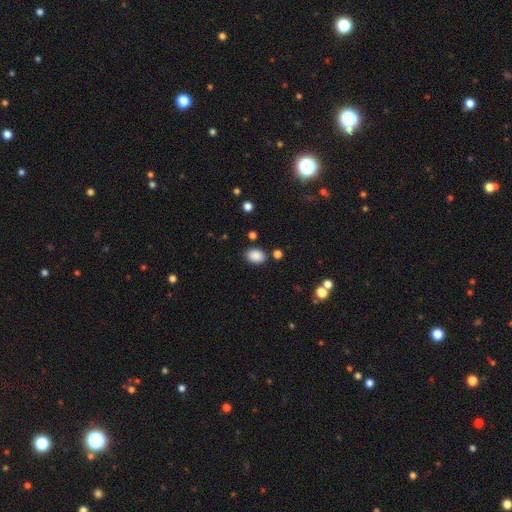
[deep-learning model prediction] A smooth galaxy with no disk features (87%) that is in between round and cigar-shaped (78%). Merging: none (83%).